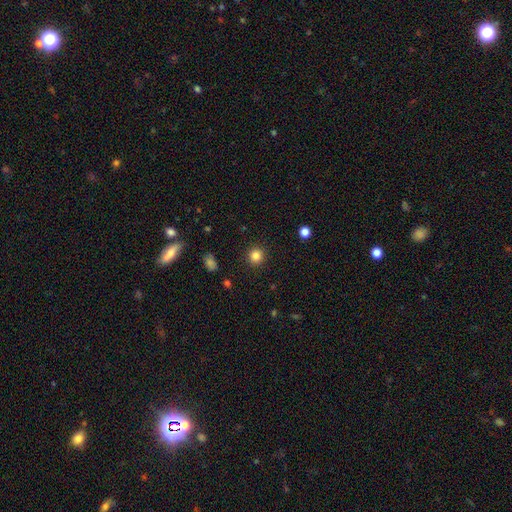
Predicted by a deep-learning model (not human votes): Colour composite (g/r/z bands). It shows a smooth galaxy with no disk features (83%) that is round (93%). Merging: none (91%).